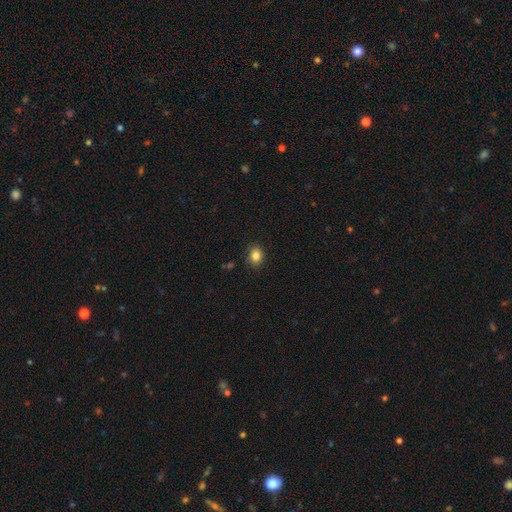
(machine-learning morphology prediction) The model was most divided on "how rounded": round: 50%, in between: 49%, cigar-shaped: 1%. More confident: merging — none (86%); smooth or featured — smooth (85%).